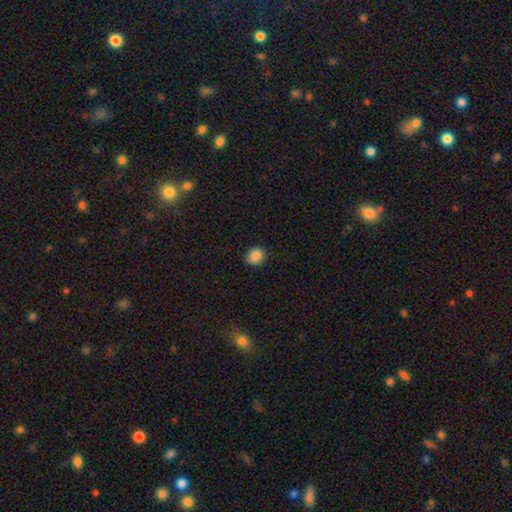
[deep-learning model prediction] smooth-or-featured: smooth: 86% | star or artifact: 11% | featured or disk: 4%
  how-rounded: round: 75% | in between: 24% | cigar-shaped: 1%
  merging: none: 83% | minor disturbance: 13% | major disturbance: 2% | merger: 1%